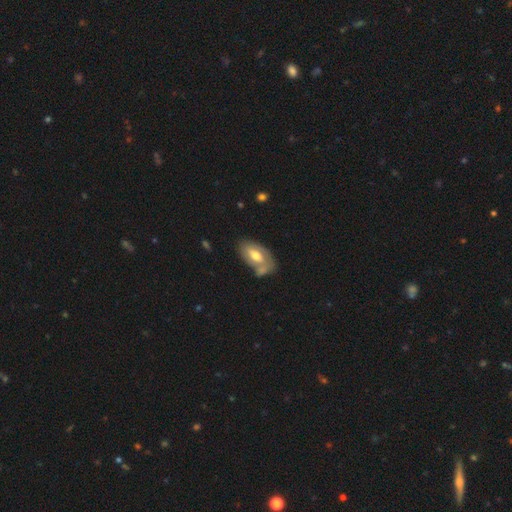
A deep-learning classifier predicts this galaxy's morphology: Smooth or featured? smooth (53%)
How rounded? in between (92%)
Merging? none (47%)